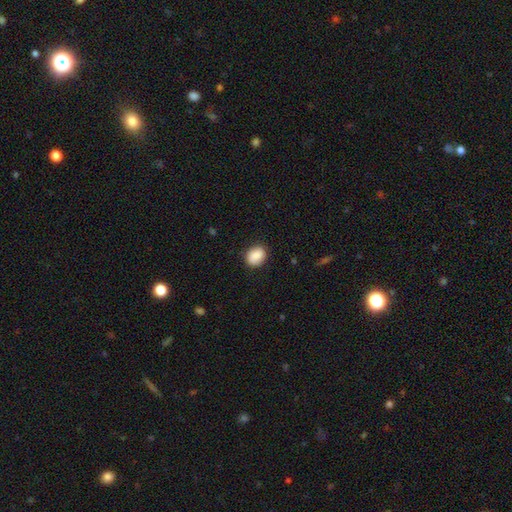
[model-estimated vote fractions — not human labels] Q: Smooth or featured?
A: smooth (87%); runner-up: star or artifact (8%)
Q: How rounded?
A: in between (50%); runner-up: round (49%)
Q: Merging?
A: none (85%); runner-up: minor disturbance (11%)